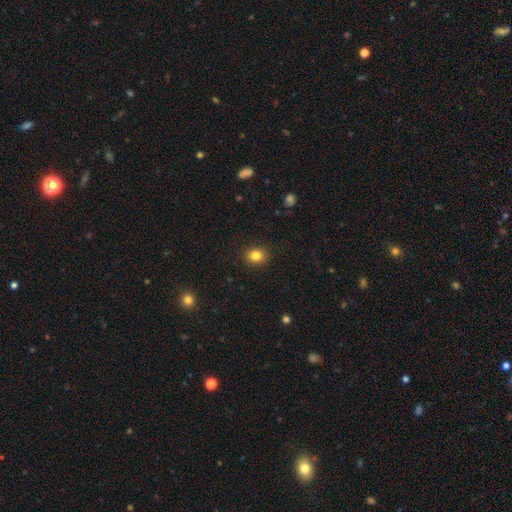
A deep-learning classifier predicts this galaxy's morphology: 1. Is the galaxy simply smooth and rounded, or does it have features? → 83% smooth, 11% star or artifact, 6% featured or disk.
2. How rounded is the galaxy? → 66% round, 33% in between, 1% cigar-shaped.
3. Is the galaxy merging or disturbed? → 90% none, 7% minor disturbance, 2% major disturbance, 1% merger.